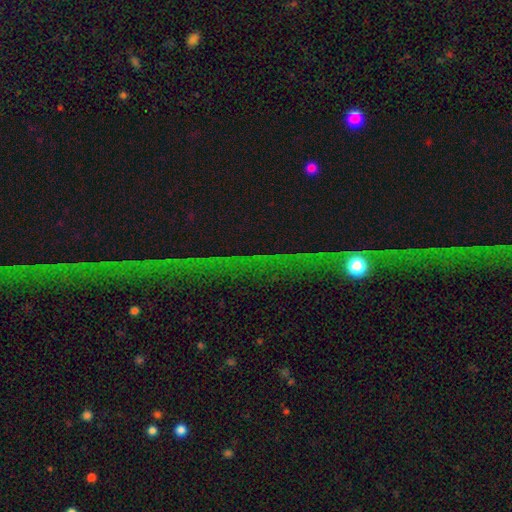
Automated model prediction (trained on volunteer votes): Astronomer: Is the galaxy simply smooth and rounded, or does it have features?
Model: star or artifact — 77%.